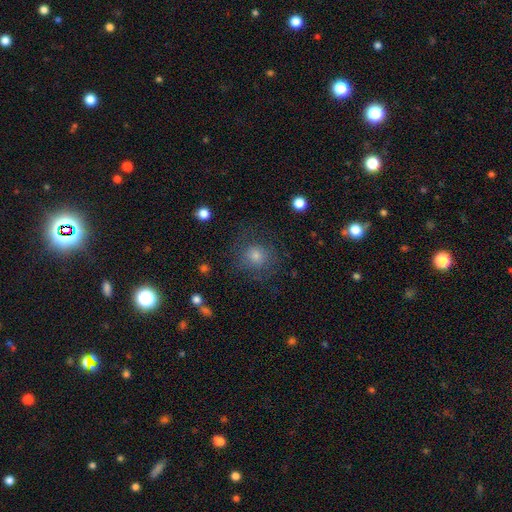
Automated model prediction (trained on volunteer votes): Overall: smooth (61%). How rounded: round (89%). Merging: none (75%).